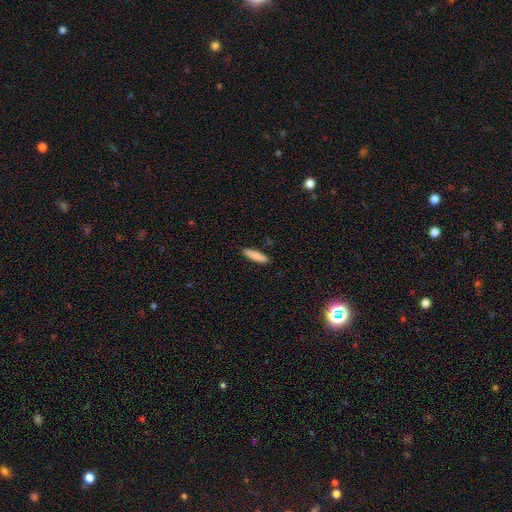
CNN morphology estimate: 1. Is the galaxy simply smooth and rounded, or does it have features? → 86% smooth, 8% featured or disk, 6% star or artifact.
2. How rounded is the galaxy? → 79% cigar-shaped, 20% in between, 1% round.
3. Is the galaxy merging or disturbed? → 90% none, 7% minor disturbance, 2% major disturbance, 1% merger.